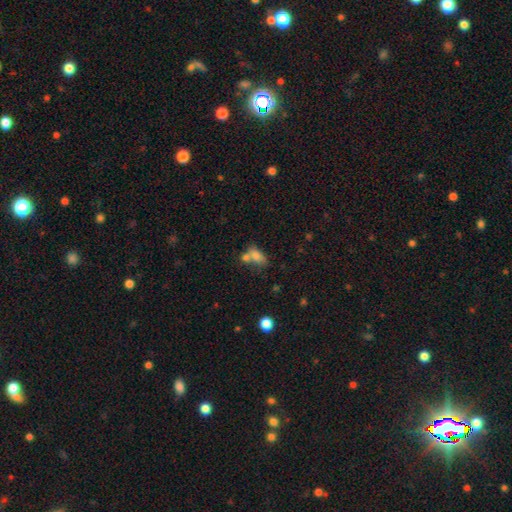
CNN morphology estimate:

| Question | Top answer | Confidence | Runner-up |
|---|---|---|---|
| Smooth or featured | smooth | 75% | featured or disk (14%) |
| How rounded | in between | 83% | round (11%) |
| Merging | merger | 48% | none (32%) |